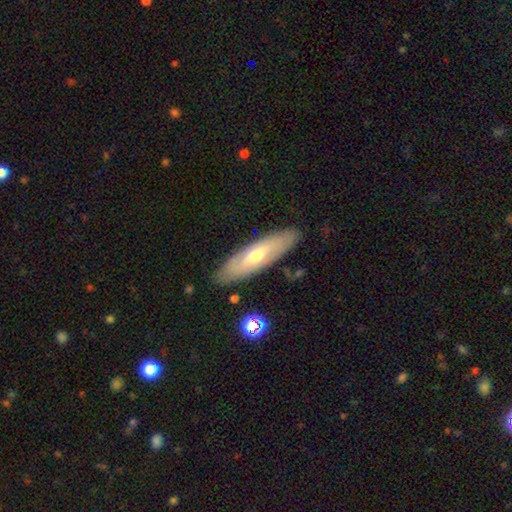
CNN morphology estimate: smooth-or-featured: featured or disk: 49% | smooth: 45% | star or artifact: 6%
  merging: none: 85% | minor disturbance: 10% | major disturbance: 3% | merger: 1%